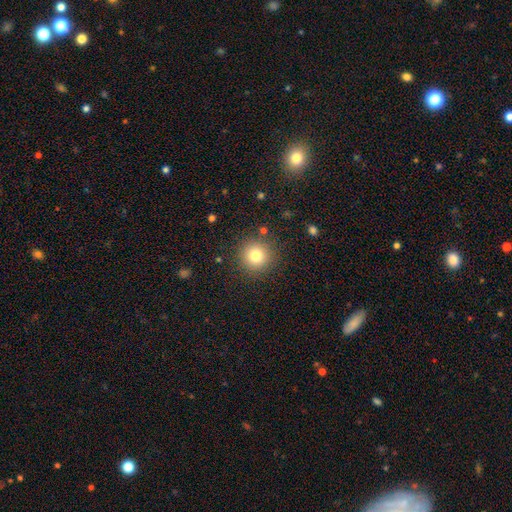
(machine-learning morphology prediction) Smooth or featured? Predicted: smooth (p=0.79). How rounded? Predicted: round (p=0.95). Merging? Predicted: none (p=0.88).